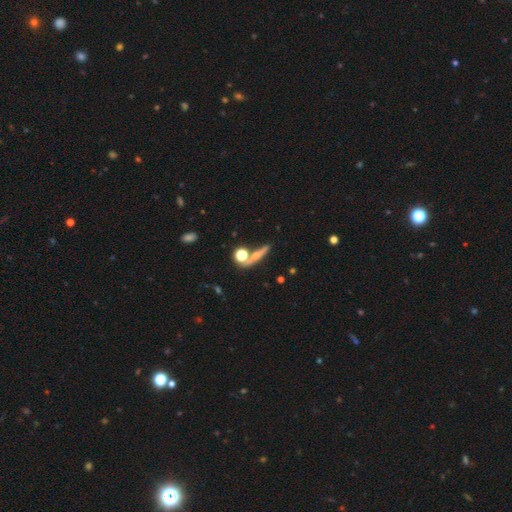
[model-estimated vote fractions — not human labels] Smooth or featured? Predicted: smooth (p=0.46). Merging? Predicted: none (p=0.63).